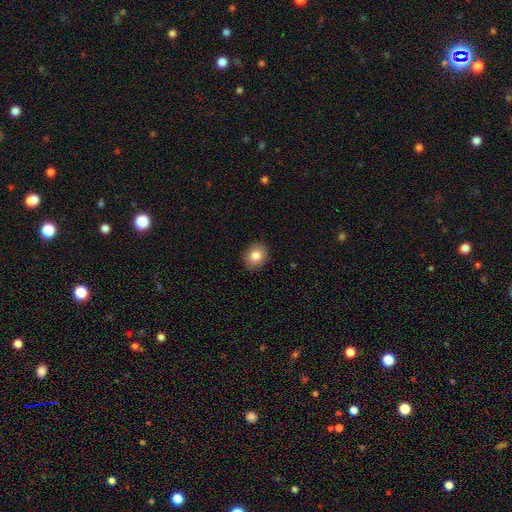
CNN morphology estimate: Smooth or featured? Predicted: smooth (p=0.83). How rounded? Predicted: round (p=0.61). Merging? Predicted: none (p=0.90).